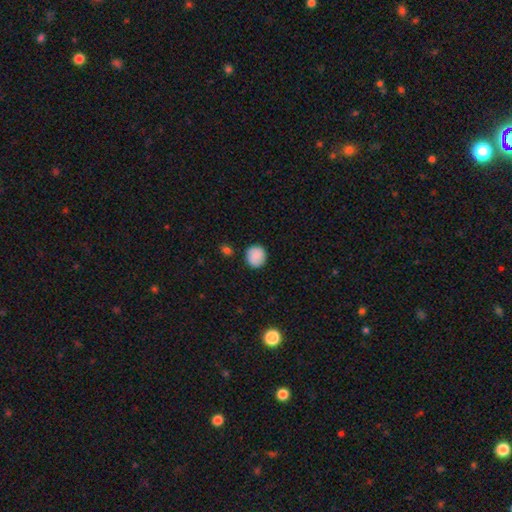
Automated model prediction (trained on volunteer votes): Q: Smooth or featured?
A: smooth (85%); runner-up: star or artifact (8%)
Q: How rounded?
A: round (90%); runner-up: in between (9%)
Q: Merging?
A: none (86%); runner-up: minor disturbance (10%)